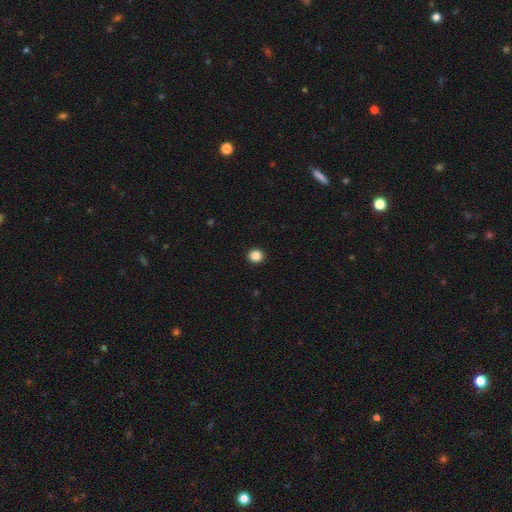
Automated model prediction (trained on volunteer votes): Smooth or featured? Predicted: smooth (p=0.86). How rounded? Predicted: round (p=0.87). Merging? Predicted: none (p=0.93).